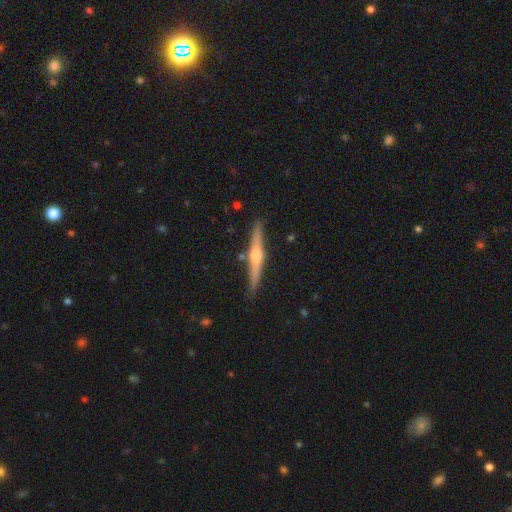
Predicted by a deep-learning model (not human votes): Smooth or featured? featured or disk (72%)
Edge-on disk? yes (98%)
Edge-on bulge? rounded (91%)
Merging? none (86%)